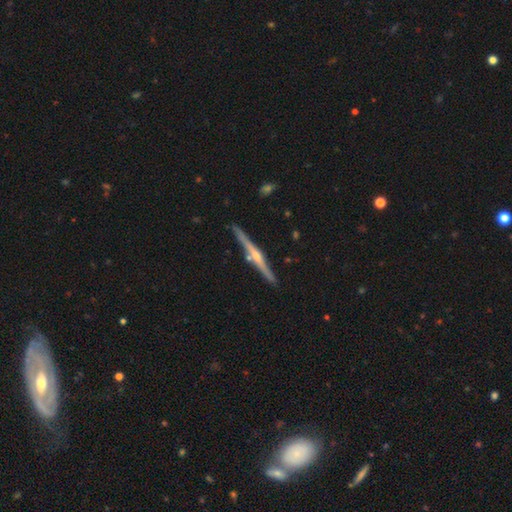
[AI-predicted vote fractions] Smooth or featured? featured or disk (83%)
Edge-on disk? yes (98%)
Edge-on bulge? rounded (87%)
Merging? none (88%)